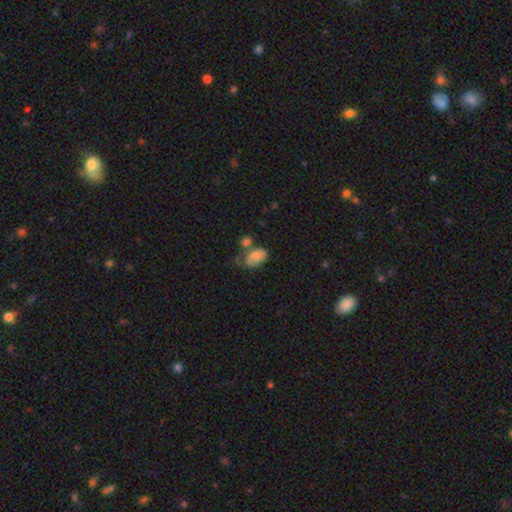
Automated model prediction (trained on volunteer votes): A smooth galaxy with no disk features (72%) that is in between round and cigar-shaped (88%).

Vote fractions:
- Smooth or featured? smooth: 72% / featured or disk: 21% / star or artifact: 8%
- How rounded? in between: 88% / round: 11% / cigar-shaped: 1%
- Merging? none: 30% / minor disturbance: 27% / merger: 26% / major disturbance: 18%